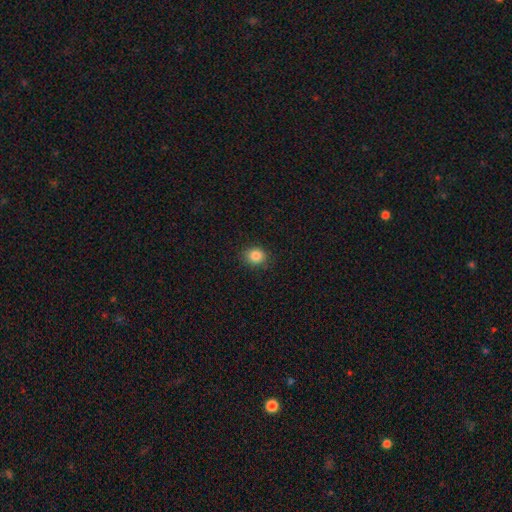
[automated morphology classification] Smooth or featured? Predicted: smooth (p=0.85). How rounded? Predicted: round (p=0.70). Merging? Predicted: none (p=0.86).